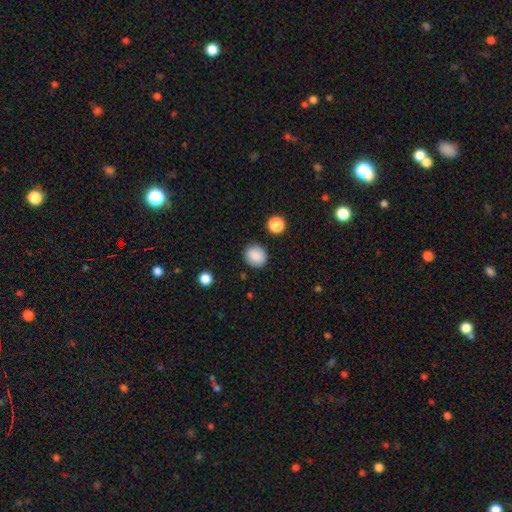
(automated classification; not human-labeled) smooth_or_featured: smooth (p=0.87) [alt: star or artifact p=0.09]
how_rounded: round (p=0.83) [alt: in between p=0.16]
merging: none (p=0.87) [alt: minor disturbance p=0.09]